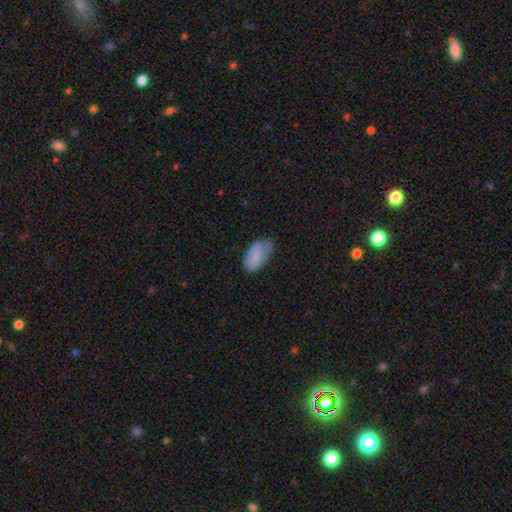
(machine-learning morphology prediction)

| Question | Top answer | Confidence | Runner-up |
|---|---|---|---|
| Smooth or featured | smooth | 70% | featured or disk (22%) |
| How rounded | in between | 93% | round (4%) |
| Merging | none | 54% | minor disturbance (32%) |